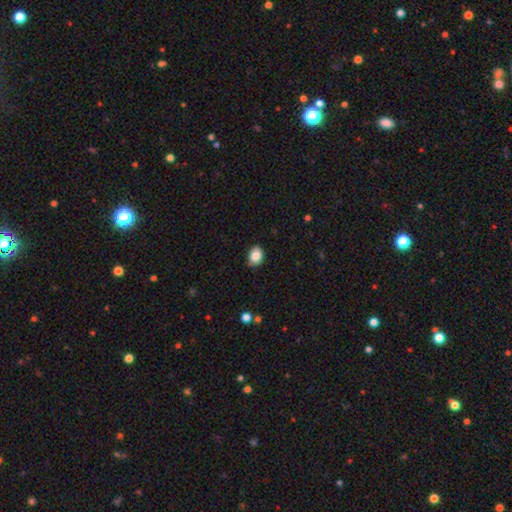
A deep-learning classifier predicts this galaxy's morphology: type=smooth (85%); roundness=in between (61%); merging=none (85%).